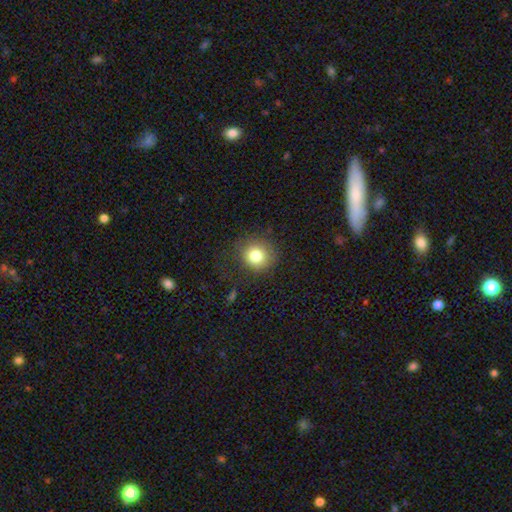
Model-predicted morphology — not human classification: This is likely a smooth galaxy (79%). How rounded: clearly round (88%). Merging: likely none (79%).